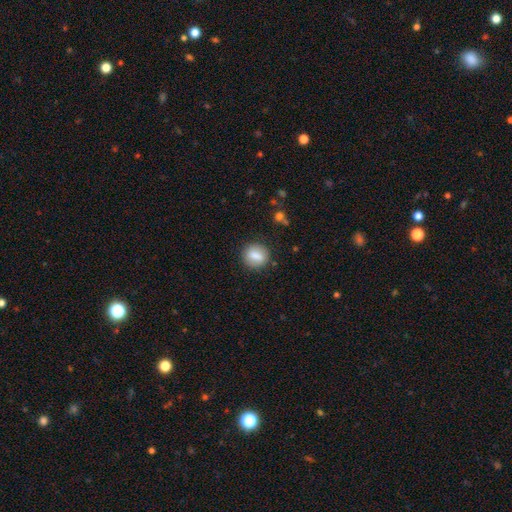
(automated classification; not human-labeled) Smooth or featured? smooth (78%)
How rounded? round (71%)
Merging? none (83%)